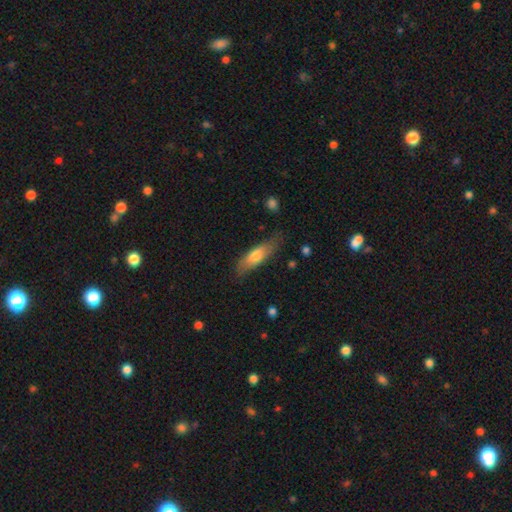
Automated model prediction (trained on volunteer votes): This appears to be a smooth galaxy with no disk features (67%) that is cigar-shaped (53%). Merging: none (72%).